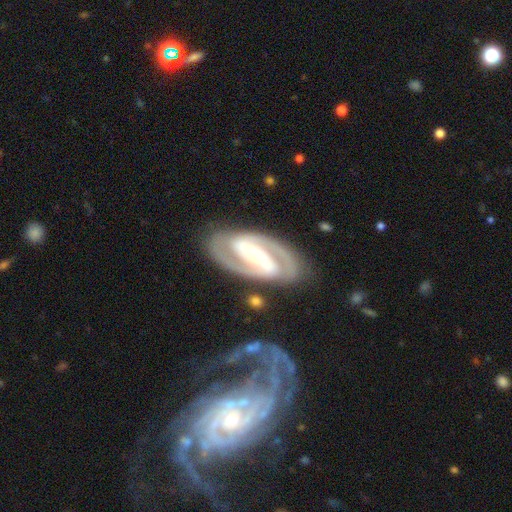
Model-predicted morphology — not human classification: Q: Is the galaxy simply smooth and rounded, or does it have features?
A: featured or disk — 91%.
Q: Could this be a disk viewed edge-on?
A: no — 96%.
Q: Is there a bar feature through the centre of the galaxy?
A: strong — 77%.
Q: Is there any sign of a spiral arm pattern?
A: yes — 96%.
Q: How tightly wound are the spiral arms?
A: tight — 46%.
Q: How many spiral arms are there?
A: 2 — 93%.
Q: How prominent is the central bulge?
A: small — 50%.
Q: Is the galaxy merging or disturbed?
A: none — 85%.